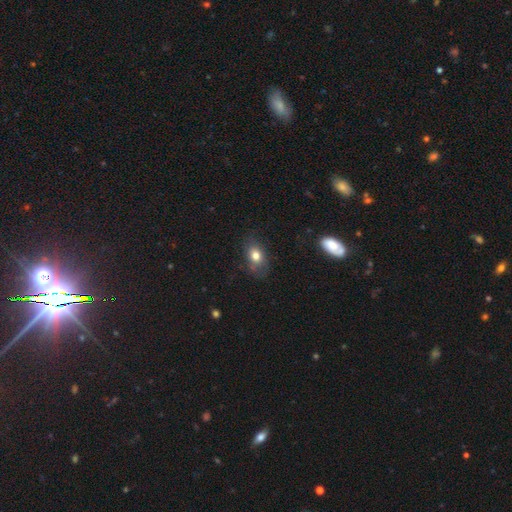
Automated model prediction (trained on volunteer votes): Smooth or featured? smooth (75%)
How rounded? in between (76%)
Merging? none (68%)